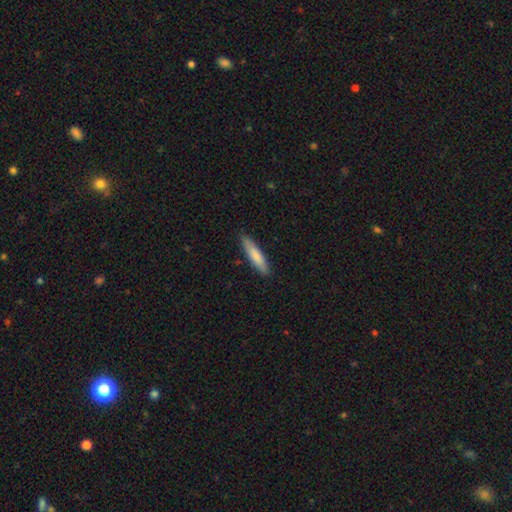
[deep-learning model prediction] A smooth galaxy with no disk features (79%) that is cigar-shaped (83%).

Vote fractions:
- Smooth or featured? smooth: 79% / featured or disk: 16% / star or artifact: 5%
- How rounded? cigar-shaped: 83% / in between: 16% / round: 1%
- Merging? none: 87% / minor disturbance: 11% / major disturbance: 2% / merger: 1%